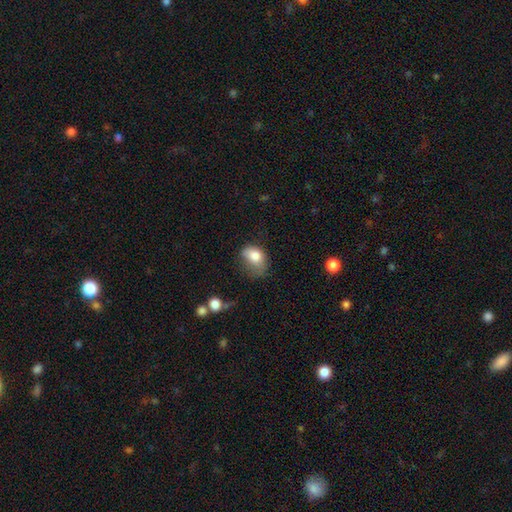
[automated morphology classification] This appears to be a smooth galaxy with no disk features (78%) that is in between round and cigar-shaped (76%). Merging: minor disturbance (37%).